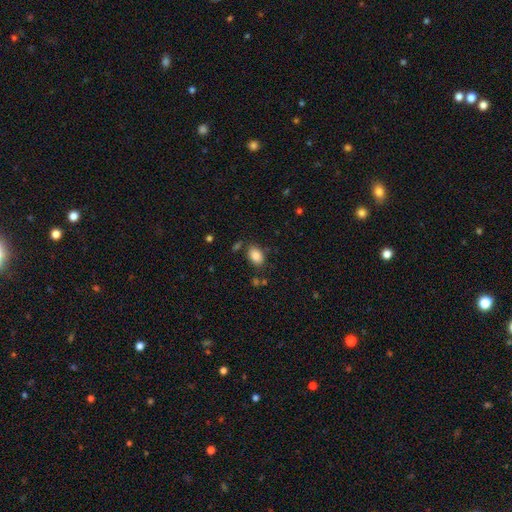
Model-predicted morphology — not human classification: smooth 85%, star or artifact 9%, featured or disk 6%. Down the decision tree: how rounded — in between (85%); merging — none (78%).